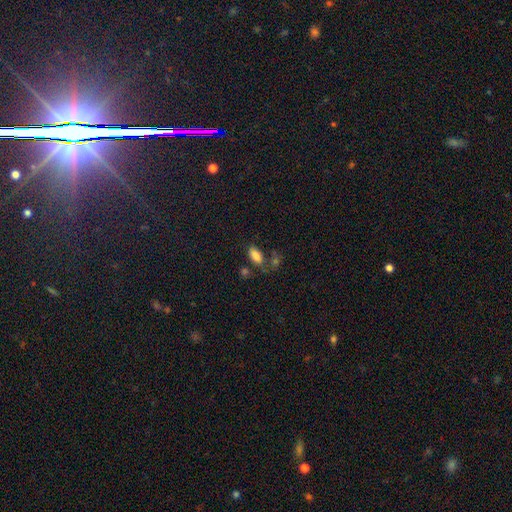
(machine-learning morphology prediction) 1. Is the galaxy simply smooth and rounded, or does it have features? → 84% smooth, 10% star or artifact, 6% featured or disk.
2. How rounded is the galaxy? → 91% in between, 5% cigar-shaped, 4% round.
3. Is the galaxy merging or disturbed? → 58% none, 17% merger, 17% minor disturbance, 8% major disturbance.